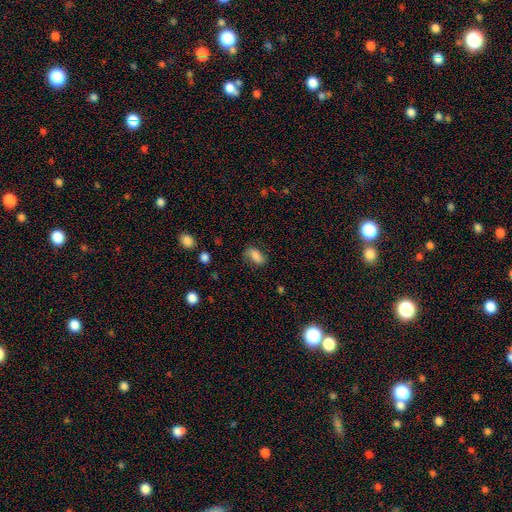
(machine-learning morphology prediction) A smooth galaxy with no disk features (78%) that is in between round and cigar-shaped (88%).

Vote fractions:
- Smooth or featured? smooth: 78% / featured or disk: 12% / star or artifact: 9%
- How rounded? in between: 88% / round: 8% / cigar-shaped: 4%
- Merging? none: 68% / minor disturbance: 22% / major disturbance: 8% / merger: 2%